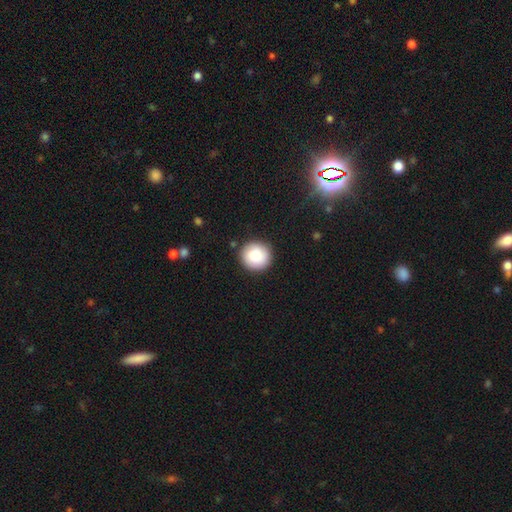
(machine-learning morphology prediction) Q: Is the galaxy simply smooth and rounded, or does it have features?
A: smooth — 87%.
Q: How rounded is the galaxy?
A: round — 94%.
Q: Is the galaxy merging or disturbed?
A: none — 90%.